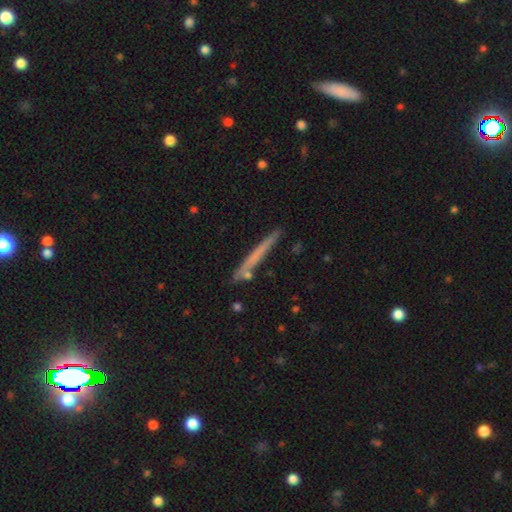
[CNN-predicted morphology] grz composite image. It shows a smooth galaxy with no disk features (57%) that is cigar-shaped (97%). Merging: none (86%).